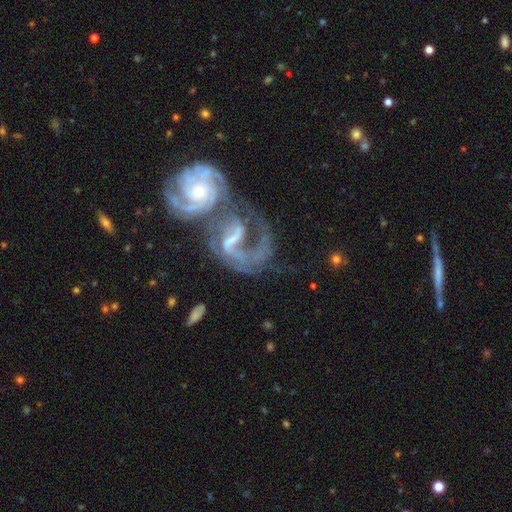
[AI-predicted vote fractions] A featured or disk galaxy (86%) with no bar (38%), 2 (55%) tight (42%, tied with medium) spiral arms (93%) and a small central bulge (47%).

Vote fractions:
- Smooth or featured? featured or disk: 86% / smooth: 7% / star or artifact: 7%
- Edge-on disk? no: 97% / yes: 3%
- Bar? no: 38% / weak: 37% / strong: 25%
- Spiral arms? yes: 93% / no: 7%
- Spiral winding? tight: 42% (tied) / medium: 42% (tied) / loose: 16%
- Spiral arm count? 2: 55% / can't tell: 18% / 1: 11% / 3: 10% / 4: 3% / more than 4: 3%
- Bulge size? small: 47% / moderate: 36% / none: 12% / large: 4% / dominant: 2%
- Merging? merger: 65% / none: 14% / major disturbance: 13% / minor disturbance: 7%